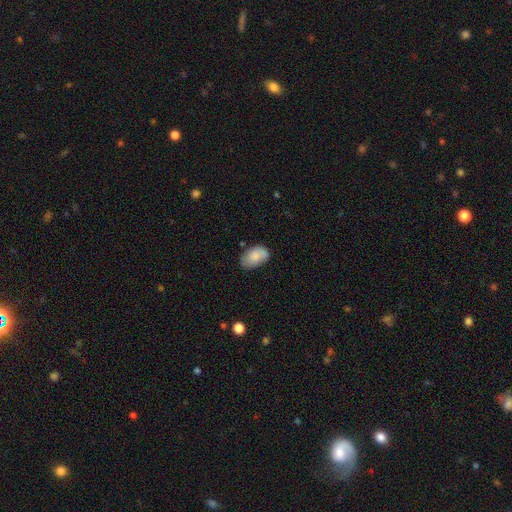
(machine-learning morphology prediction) Smooth or featured? Predicted: smooth (p=0.78). How rounded? Predicted: in between (p=0.92). Merging? Predicted: none (p=0.66).